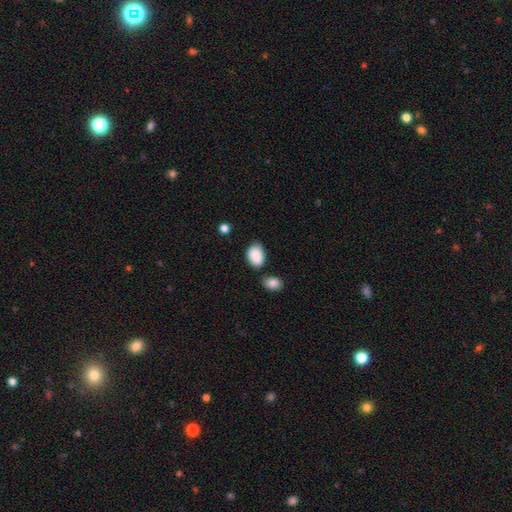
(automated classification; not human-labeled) The model was most divided on "merging": none: 65%, minor disturbance: 22%, merger: 8%, major disturbance: 5%. More confident: smooth or featured — smooth (88%); how rounded — in between (81%).